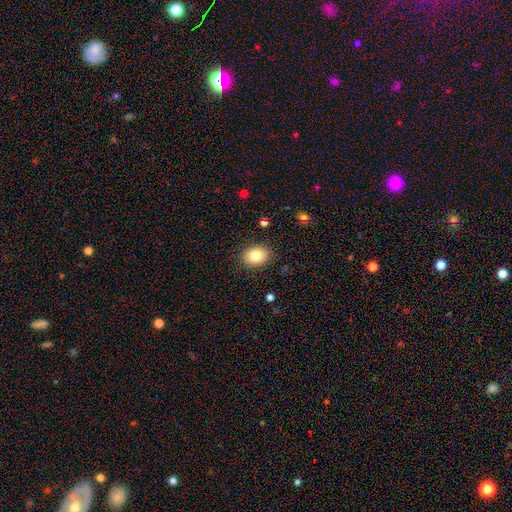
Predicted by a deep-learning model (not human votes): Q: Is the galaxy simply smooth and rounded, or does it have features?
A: smooth — 83%.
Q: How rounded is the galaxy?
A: in between — 72%.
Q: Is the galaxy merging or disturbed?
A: none — 87%.